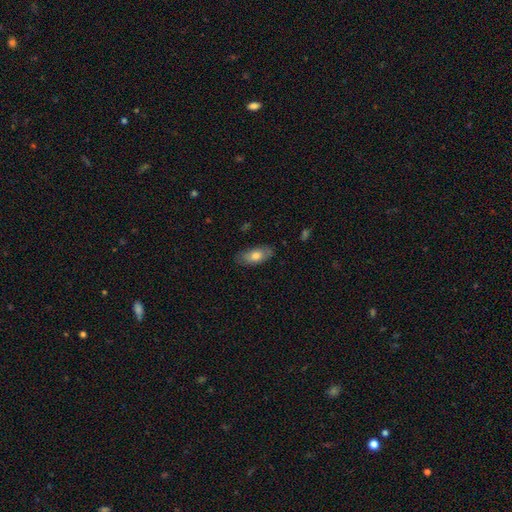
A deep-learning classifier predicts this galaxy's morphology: This is likely a smooth galaxy (73%). How rounded: clearly in between (88%). Merging: clearly none (80%).